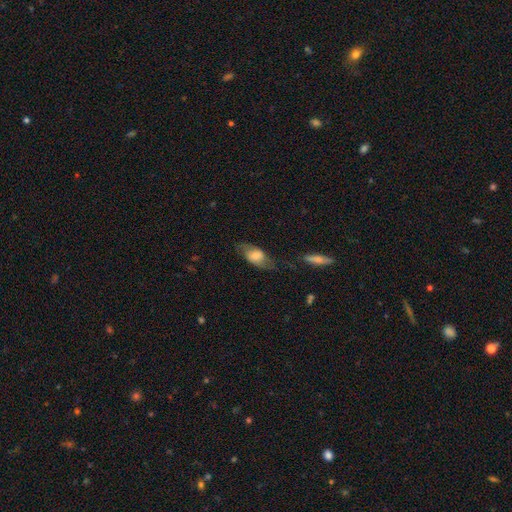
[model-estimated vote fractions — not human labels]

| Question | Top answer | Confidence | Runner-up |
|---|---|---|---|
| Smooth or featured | smooth | 53% | featured or disk (39%) |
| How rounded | in between | 80% | round (12%) |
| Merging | none | 62% | minor disturbance (22%) |